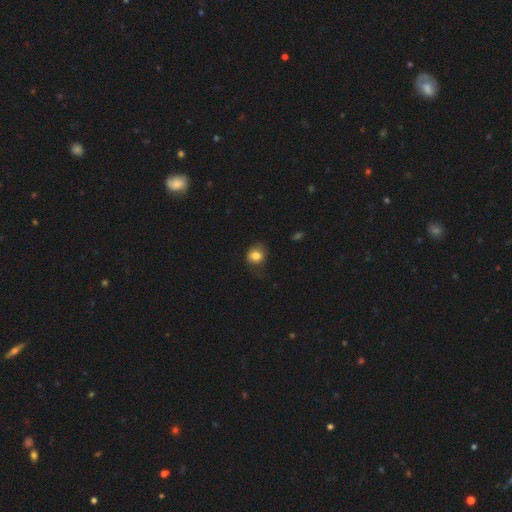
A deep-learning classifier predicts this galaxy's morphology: type=smooth (82%); roundness=round (74%); merging=none (64%).